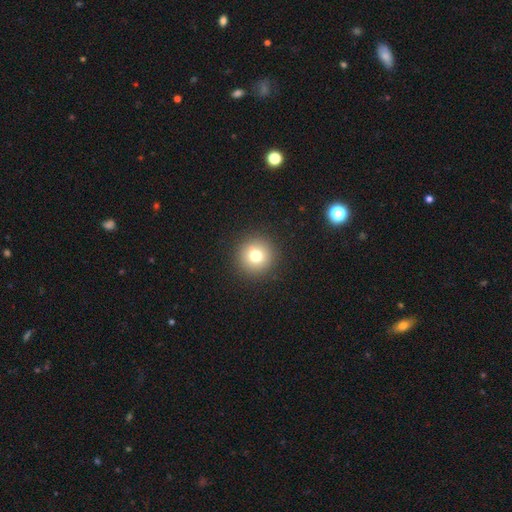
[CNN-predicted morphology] Overall: smooth (76%). How rounded: round (95%). Merging: none (92%).